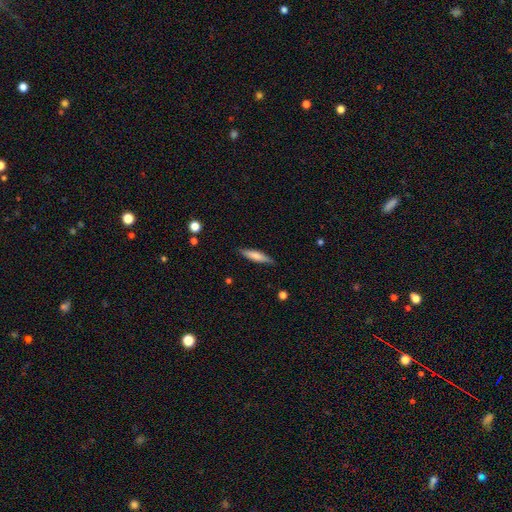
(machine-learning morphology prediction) A smooth galaxy with no disk features (68%) that is cigar-shaped (79%).

Vote fractions:
- Smooth or featured? smooth: 68% / featured or disk: 26% / star or artifact: 6%
- How rounded? cigar-shaped: 79% / in between: 20% / round: 2%
- Merging? none: 86% / minor disturbance: 11% / major disturbance: 2% / merger: 1%